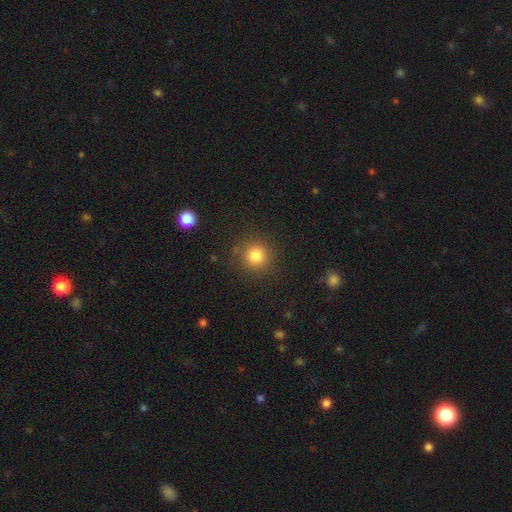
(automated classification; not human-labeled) The model was most divided on "smooth or featured": smooth: 82%, star or artifact: 12%, featured or disk: 6%. More confident: how rounded — round (93%); merging — none (87%).